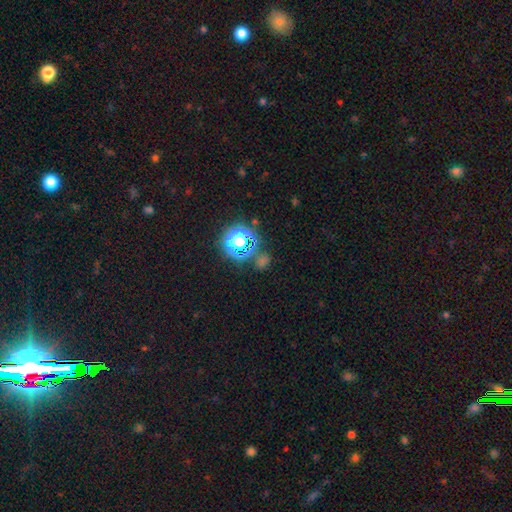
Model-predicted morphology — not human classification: A star or artifact, not a galaxy (73%).

Vote fractions:
- Smooth or featured? star or artifact: 73% / smooth: 21% / featured or disk: 7%